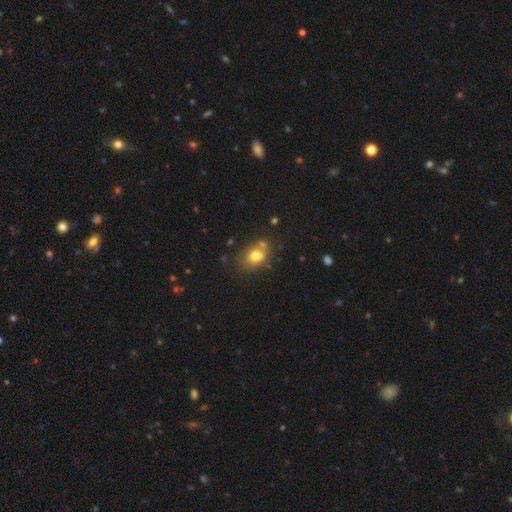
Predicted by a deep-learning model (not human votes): smooth 73%, featured or disk 15%, star or artifact 12%. Down the decision tree: how rounded — in between (61%); merging — none (57%).